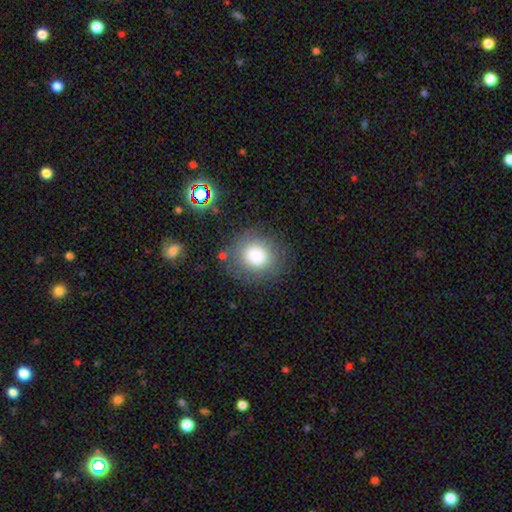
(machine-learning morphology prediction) Smooth or featured? Predicted: smooth (p=0.80). How rounded? Predicted: round (p=0.87). Merging? Predicted: none (p=0.79).